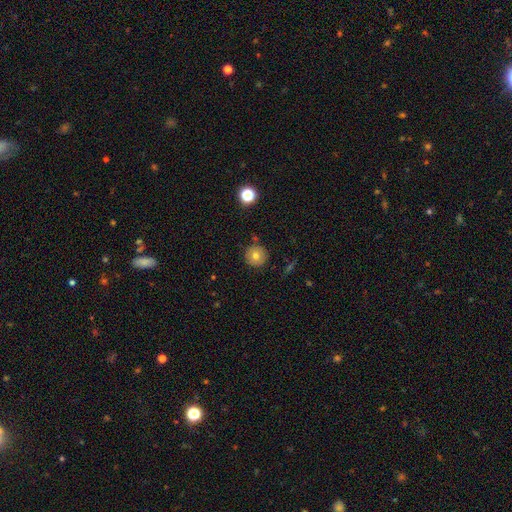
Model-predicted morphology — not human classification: A smooth galaxy with no disk features (72%) that is round (95%). Merging: none (87%).